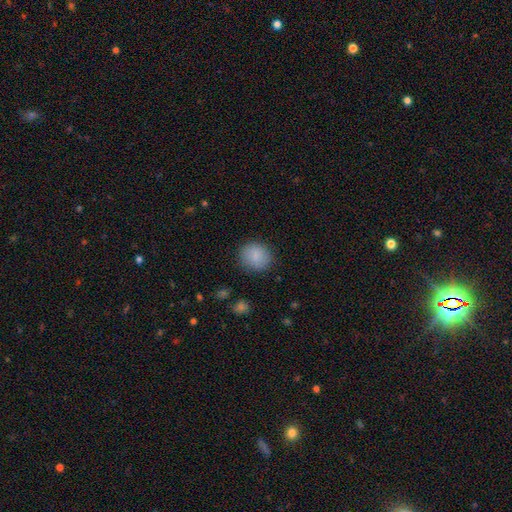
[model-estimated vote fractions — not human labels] smooth-or-featured: smooth: 86% | star or artifact: 8% | featured or disk: 6%
  how-rounded: round: 85% | in between: 14% | cigar-shaped: 1%
  merging: none: 86% | minor disturbance: 10% | major disturbance: 3% | merger: 1%